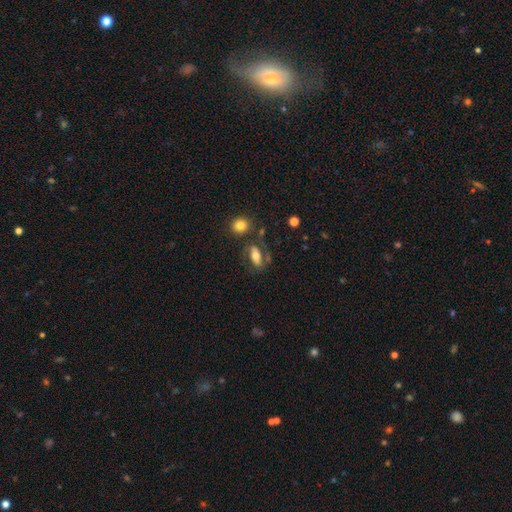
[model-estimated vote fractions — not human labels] This is possibly a smooth galaxy (46%, tied with featured or disk). Merging: possibly none (59%).